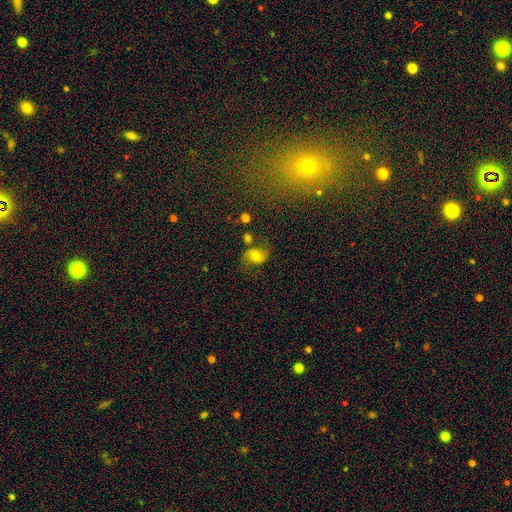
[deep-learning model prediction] A smooth galaxy with no disk features (47%).

Vote fractions:
- Smooth or featured? smooth: 47% / featured or disk: 40% / star or artifact: 13%
- Merging? none: 61% / minor disturbance: 20% / major disturbance: 11% / merger: 9%